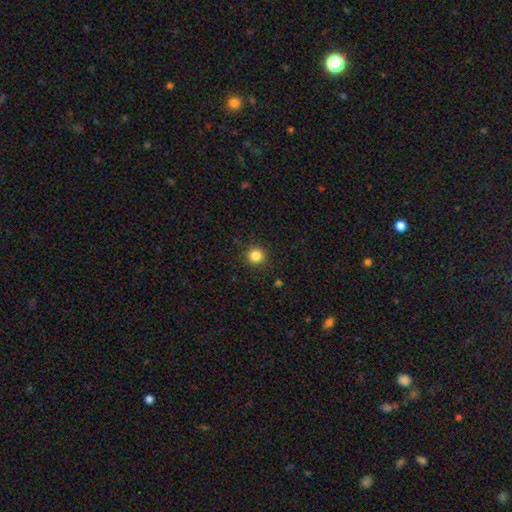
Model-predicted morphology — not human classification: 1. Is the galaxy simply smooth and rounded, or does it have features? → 85% smooth, 11% star or artifact, 4% featured or disk.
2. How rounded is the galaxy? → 94% round, 5% in between, 1% cigar-shaped.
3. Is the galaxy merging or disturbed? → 91% none, 6% minor disturbance, 2% major disturbance, 1% merger.